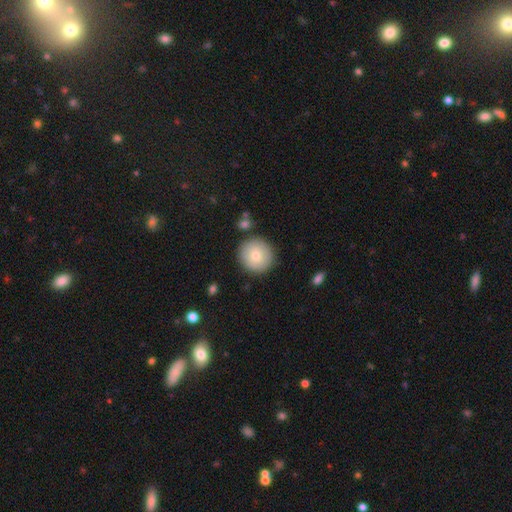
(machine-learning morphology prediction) Overall: smooth (78%). How rounded: round (94%). Merging: none (87%).